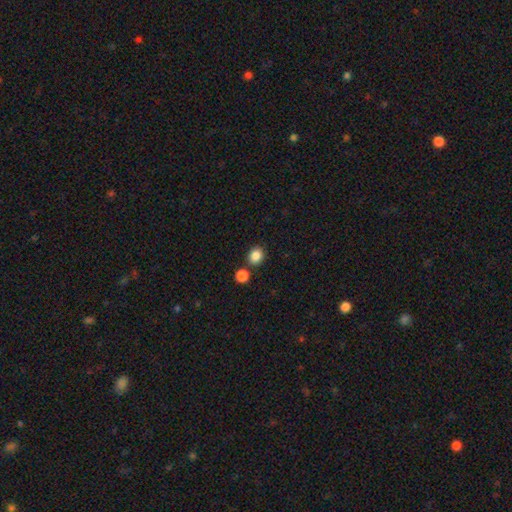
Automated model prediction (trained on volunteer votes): Morphology: type=smooth (86%); roundness=round (57%); merging=none (72%).